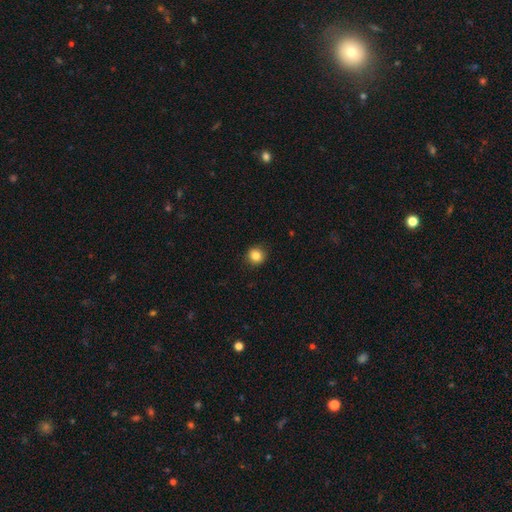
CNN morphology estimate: Q: Smooth or featured?
A: smooth (85%); runner-up: star or artifact (11%)
Q: How rounded?
A: round (90%); runner-up: in between (9%)
Q: Merging?
A: none (90%); runner-up: minor disturbance (7%)